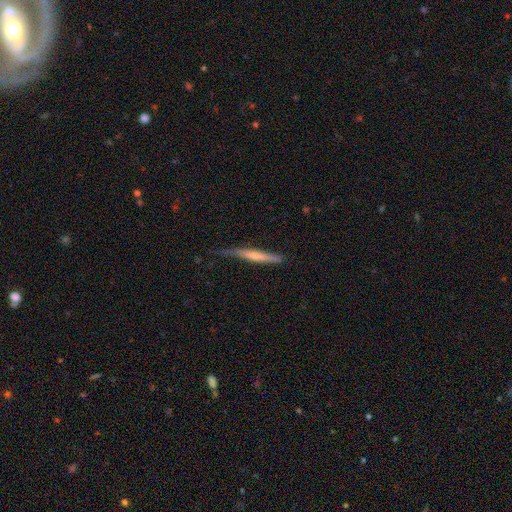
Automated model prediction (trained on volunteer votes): Q: Smooth or featured?
A: smooth (50%); runner-up: featured or disk (45%)
Q: How rounded?
A: cigar-shaped (95%); runner-up: in between (4%)
Q: Merging?
A: none (62%); runner-up: minor disturbance (29%)